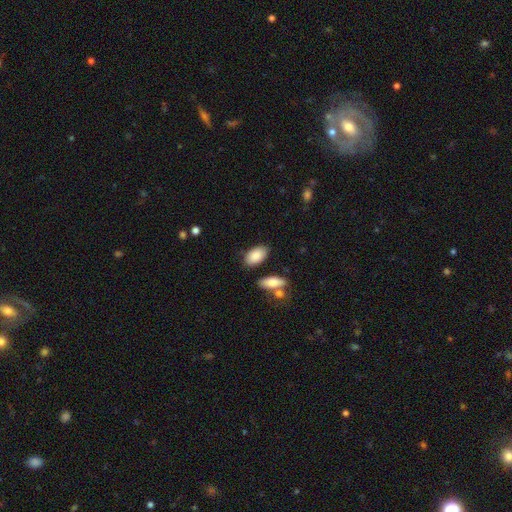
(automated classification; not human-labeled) Q: Smooth or featured?
A: smooth (85%); runner-up: featured or disk (9%)
Q: How rounded?
A: in between (94%); runner-up: round (3%)
Q: Merging?
A: none (78%); runner-up: minor disturbance (12%)